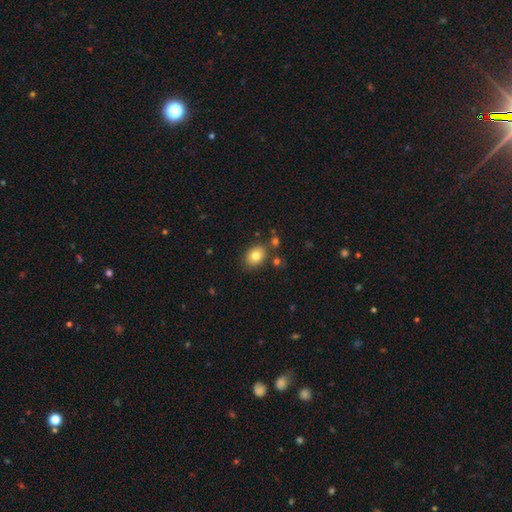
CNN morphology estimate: type=smooth (80%); roundness=in between (60%); merging=none (80%).